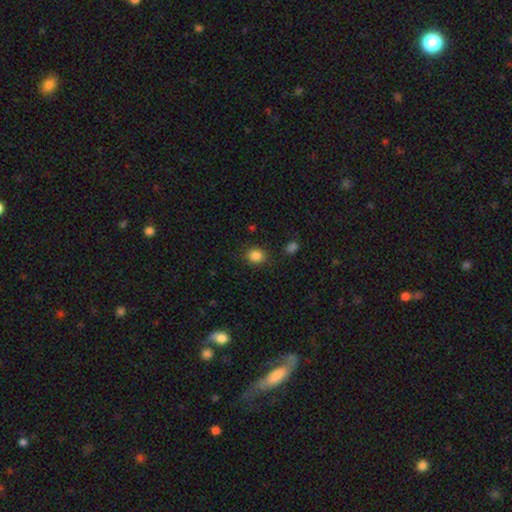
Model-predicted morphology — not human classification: Q: Smooth or featured?
A: smooth (85%); runner-up: star or artifact (11%)
Q: How rounded?
A: round (68%); runner-up: in between (31%)
Q: Merging?
A: none (85%); runner-up: minor disturbance (10%)